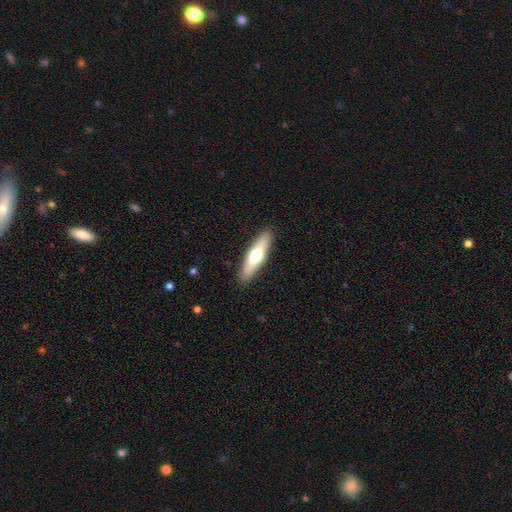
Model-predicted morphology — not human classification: smooth-or-featured: smooth: 52% | featured or disk: 42% | star or artifact: 5%
  how-rounded: cigar-shaped: 69% | in between: 29% | round: 2%
  merging: none: 90% | minor disturbance: 7% | major disturbance: 2% | merger: 1%